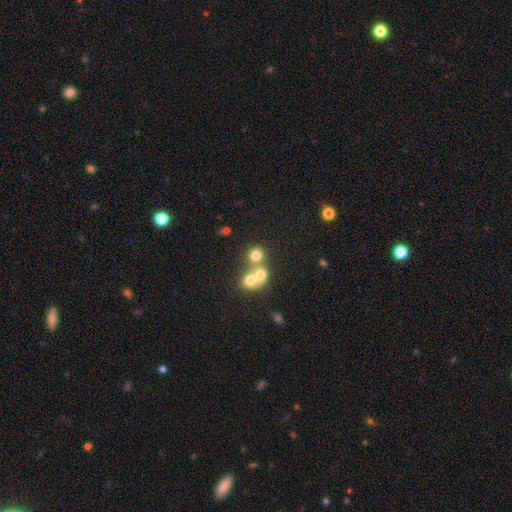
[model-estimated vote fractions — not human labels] smooth_or_featured: smooth (p=0.71) [alt: featured or disk p=0.16]
how_rounded: round (p=0.83) [alt: in between p=0.16]
merging: merger (p=0.53) [alt: none p=0.38]